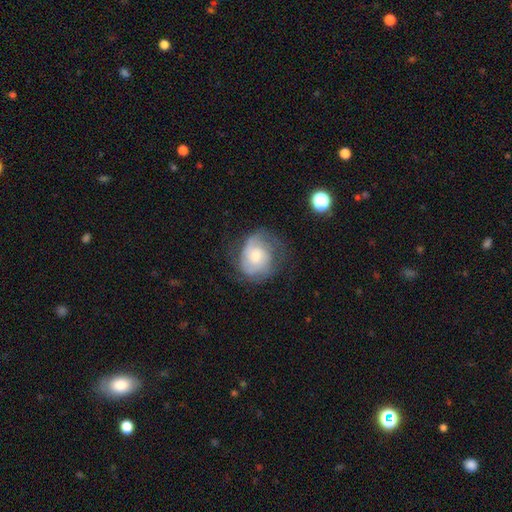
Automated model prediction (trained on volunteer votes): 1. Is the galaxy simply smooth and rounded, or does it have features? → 71% featured or disk, 22% smooth, 7% star or artifact.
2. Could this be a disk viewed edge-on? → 98% no, 2% yes.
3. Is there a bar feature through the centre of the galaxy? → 59% no, 36% weak, 5% strong.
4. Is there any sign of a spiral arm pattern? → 92% yes, 8% no.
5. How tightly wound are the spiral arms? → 47% tight, 39% medium, 14% loose.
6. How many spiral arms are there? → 38% 2, 31% can't tell, 17% 3, 7% 1, 4% 4, 3% more than 4.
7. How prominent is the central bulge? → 53% moderate, 37% small, 6% large, 3% none, 1% dominant.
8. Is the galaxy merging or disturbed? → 58% none, 24% minor disturbance, 16% major disturbance, 1% merger.